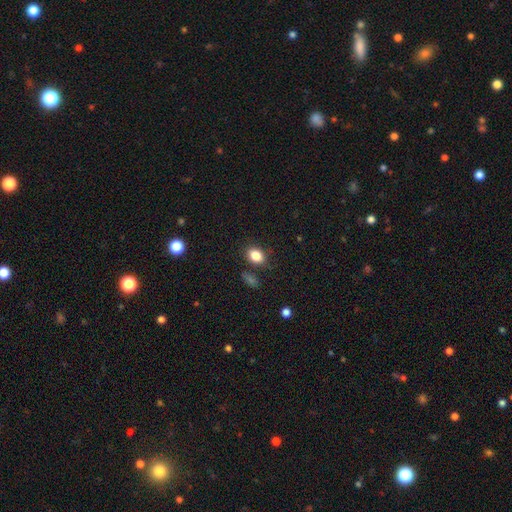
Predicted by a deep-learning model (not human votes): The model was most divided on "how rounded": in between: 71%, round: 28%, cigar-shaped: 1%. More confident: smooth or featured — smooth (84%); merging — none (79%).